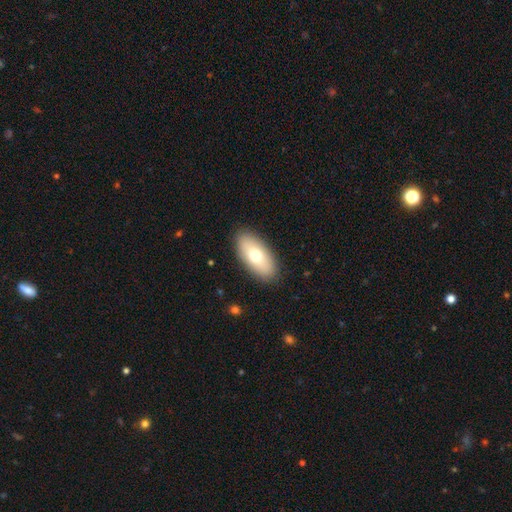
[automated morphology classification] Smooth or featured? Predicted: smooth (p=0.70). How rounded? Predicted: in between (p=0.90). Merging? Predicted: none (p=0.88).